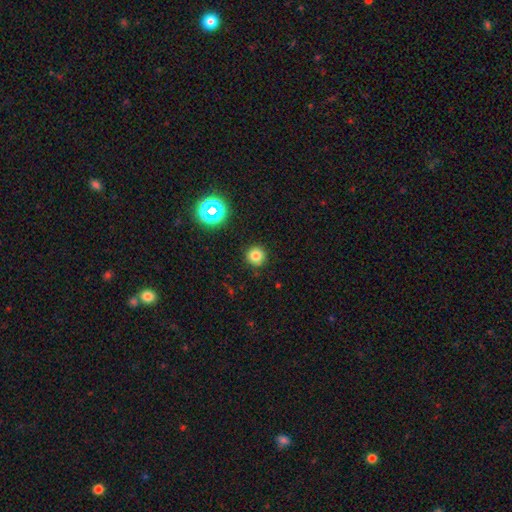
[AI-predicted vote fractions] A smooth galaxy with no disk features (78%) that is round (94%).

Vote fractions:
- Smooth or featured? smooth: 78% / star or artifact: 17% / featured or disk: 6%
- How rounded? round: 94% / in between: 5% / cigar-shaped: 1%
- Merging? none: 89% / minor disturbance: 7% / major disturbance: 2% / merger: 1%